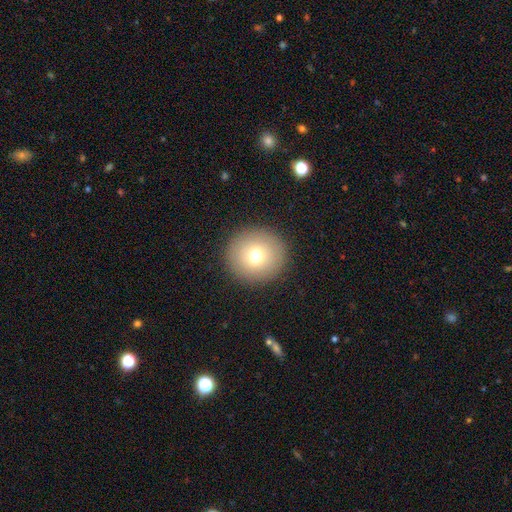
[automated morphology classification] Smooth or featured? Predicted: smooth (p=0.74). How rounded? Predicted: round (p=0.94). Merging? Predicted: none (p=0.92).